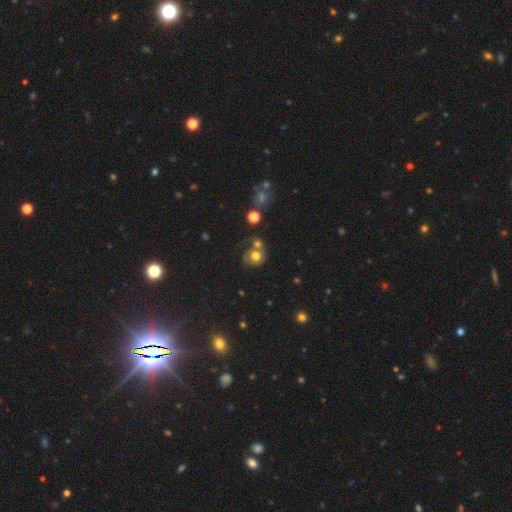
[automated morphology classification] Smooth or featured? Predicted: smooth (p=0.69). How rounded? Predicted: round (p=0.75). Merging? Predicted: none (p=0.41).